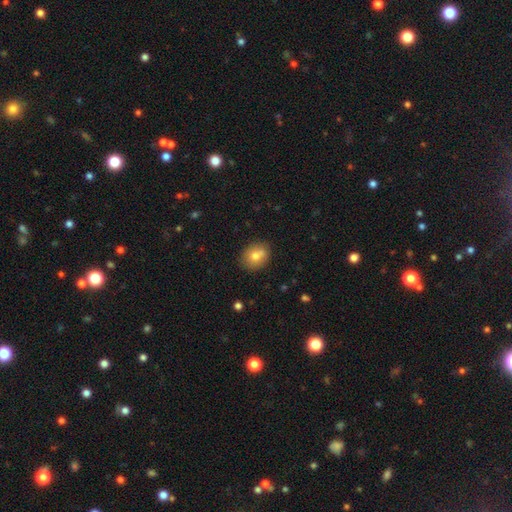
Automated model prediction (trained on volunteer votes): smooth 74%, featured or disk 16%, star or artifact 10%. Down the decision tree: how rounded — round (57%); merging — none (72%).